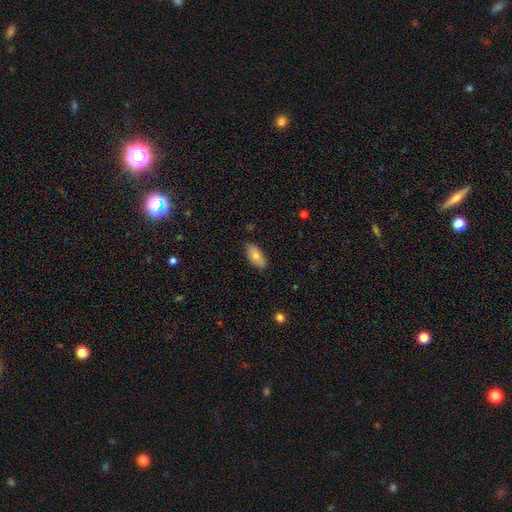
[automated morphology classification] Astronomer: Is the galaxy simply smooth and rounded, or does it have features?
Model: smooth — 81%.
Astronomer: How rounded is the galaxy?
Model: in between — 90%.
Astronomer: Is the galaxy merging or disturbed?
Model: none — 85%.